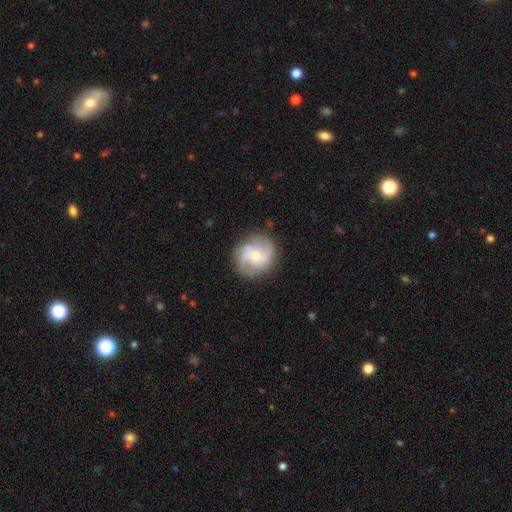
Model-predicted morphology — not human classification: Smooth or featured? Predicted: featured or disk (p=0.79). Edge-on disk? Predicted: no (p=0.98). Bar? Predicted: no (p=0.52). Spiral arms? Predicted: yes (p=0.96). Spiral winding? Predicted: medium (p=0.50). Spiral arm count? Predicted: 2 (p=0.46). Bulge size? Predicted: small (p=0.53). Merging? Predicted: none (p=0.81).